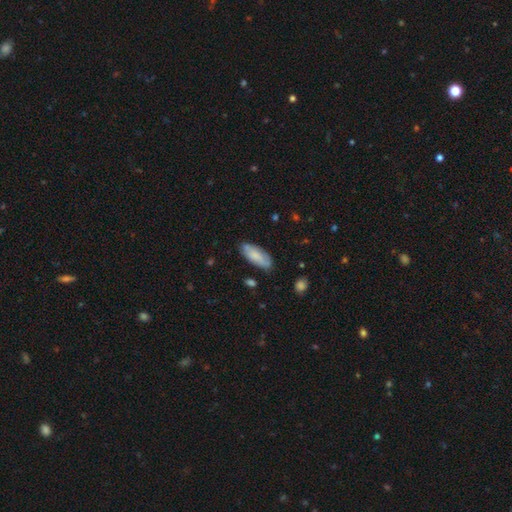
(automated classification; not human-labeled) smooth_or_featured: smooth (p=0.74) [alt: featured or disk p=0.19]
how_rounded: in between (p=0.79) [alt: cigar-shaped p=0.19]
merging: none (p=0.76) [alt: minor disturbance p=0.18]